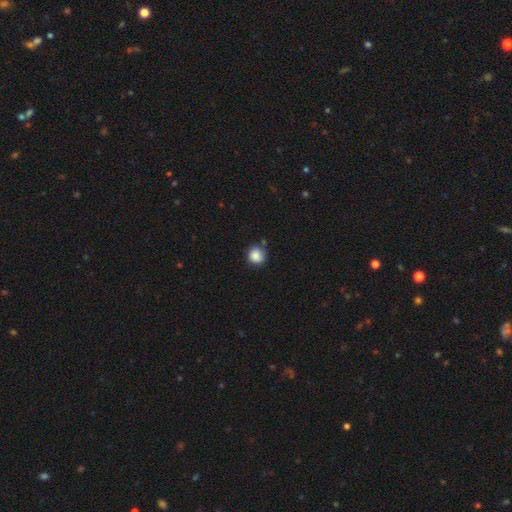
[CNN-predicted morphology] Overall: smooth (85%). How rounded: round (89%). Merging: none (71%).